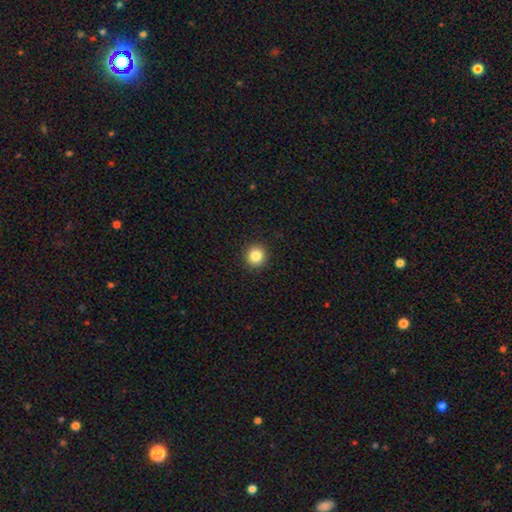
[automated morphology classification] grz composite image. It shows a smooth galaxy with no disk features (84%) that is round (93%). Merging: none (93%).